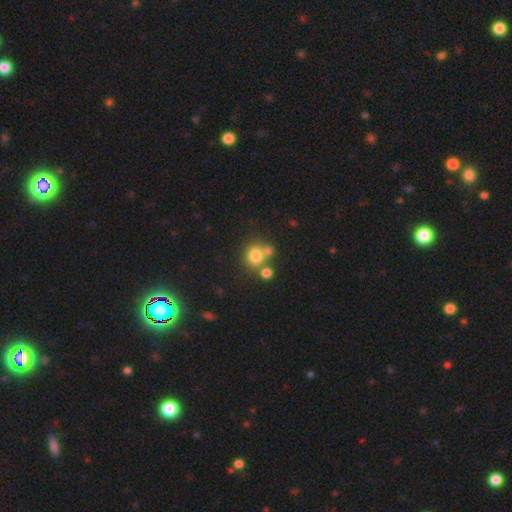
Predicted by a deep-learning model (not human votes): smooth 76%, star or artifact 14%, featured or disk 10%. Down the decision tree: how rounded — round (84%); merging — none (58%).